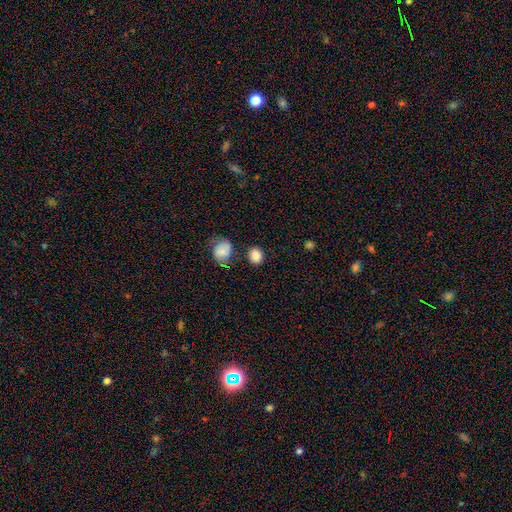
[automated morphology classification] Smooth or featured? smooth (86%)
How rounded? round (59%)
Merging? none (78%)